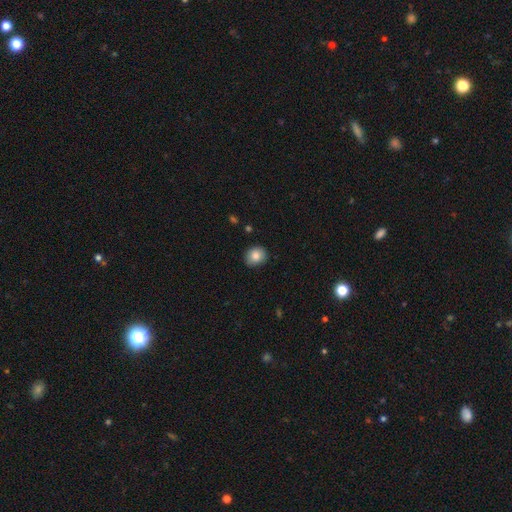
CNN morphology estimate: Overall: smooth (83%). How rounded: round (71%). Merging: none (86%).